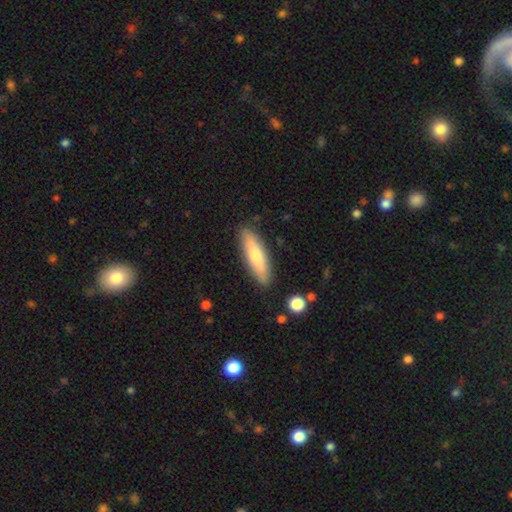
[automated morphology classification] smooth 68%, featured or disk 27%, star or artifact 6%. Down the decision tree: how rounded — cigar-shaped (66%); merging — none (87%).